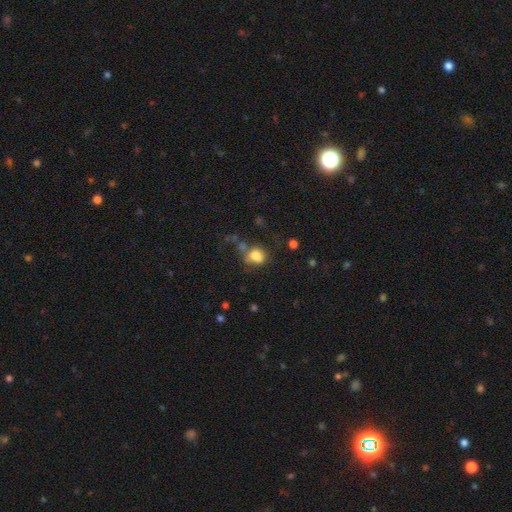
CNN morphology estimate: smooth-or-featured: smooth: 73% | featured or disk: 14% | star or artifact: 12%
  how-rounded: round: 52% | in between: 47% | cigar-shaped: 1%
  merging: none: 39% | minor disturbance: 23% | merger: 20% | major disturbance: 18%